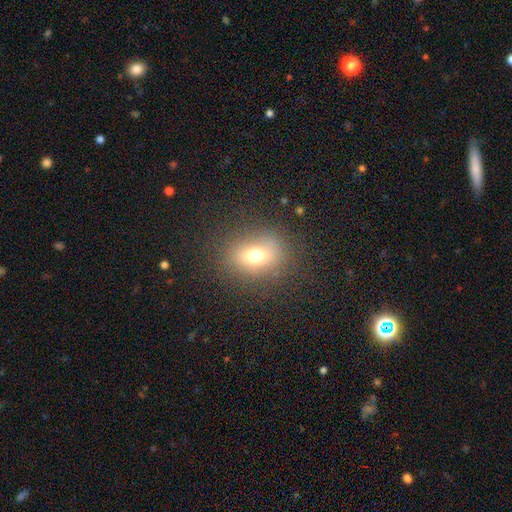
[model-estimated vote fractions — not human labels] This is likely a smooth galaxy (67%). How rounded: possibly round (55%). Merging: clearly none (82%).